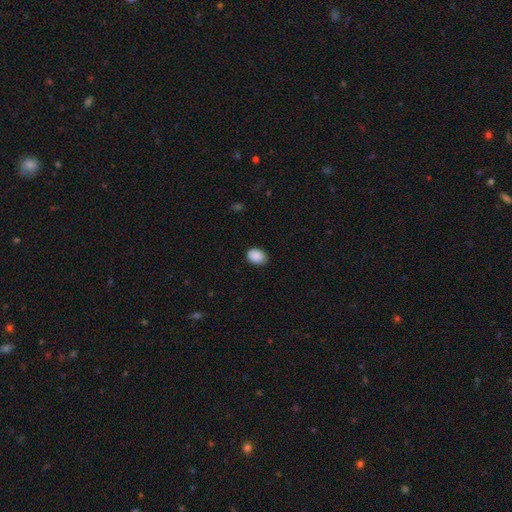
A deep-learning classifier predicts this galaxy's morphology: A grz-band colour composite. It shows a smooth galaxy with no disk features (90%) that is in between round and cigar-shaped (66%). Merging: none (82%).